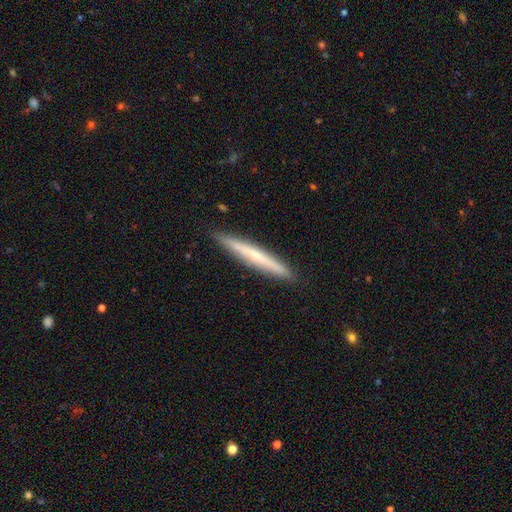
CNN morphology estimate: Smooth or featured? Predicted: featured or disk (p=0.48). Merging? Predicted: none (p=0.91).